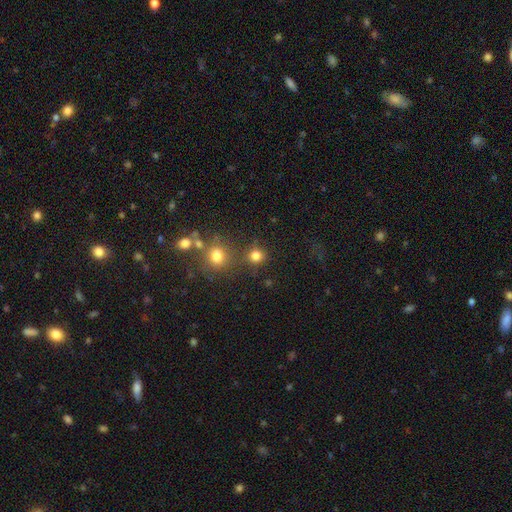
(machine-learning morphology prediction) smooth_or_featured: smooth (p=0.79) [alt: star or artifact p=0.15]
how_rounded: round (p=0.88) [alt: in between p=0.11]
merging: none (p=0.72) [alt: merger p=0.15]